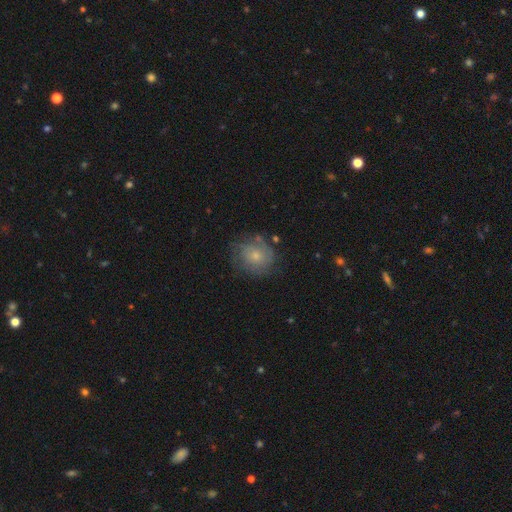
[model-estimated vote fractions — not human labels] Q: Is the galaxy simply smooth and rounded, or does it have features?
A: smooth — 45%, tied with featured or disk.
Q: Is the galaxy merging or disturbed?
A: none — 65%.